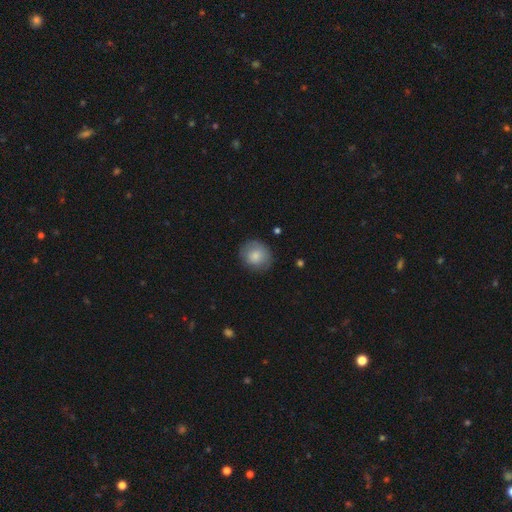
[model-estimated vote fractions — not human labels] smooth_or_featured: smooth (p=0.80) [alt: featured or disk p=0.13]
how_rounded: round (p=0.81) [alt: in between p=0.18]
merging: none (p=0.77) [alt: minor disturbance p=0.17]